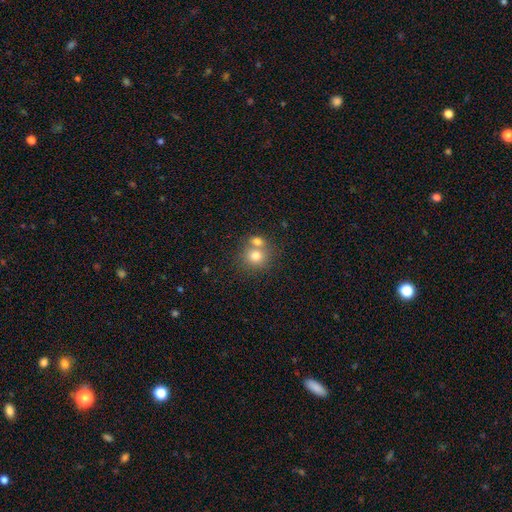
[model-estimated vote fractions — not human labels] smooth-or-featured: smooth: 76% | featured or disk: 13% | star or artifact: 11%
  how-rounded: round: 82% | in between: 17% | cigar-shaped: 1%
  merging: merger: 46% | none: 44% | minor disturbance: 7% | major disturbance: 3%